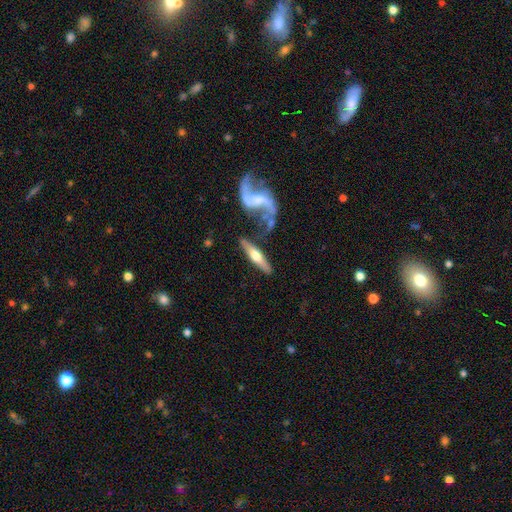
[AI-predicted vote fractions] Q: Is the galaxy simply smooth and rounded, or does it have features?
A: featured or disk — 67%.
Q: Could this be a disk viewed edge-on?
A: yes — 85%.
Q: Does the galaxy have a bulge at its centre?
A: rounded — 92%.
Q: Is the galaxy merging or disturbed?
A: none — 63%.